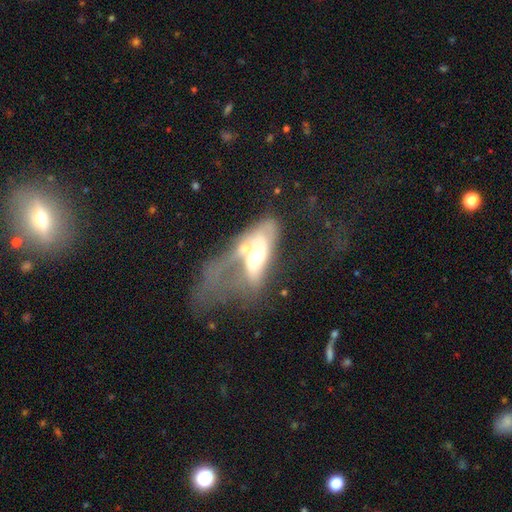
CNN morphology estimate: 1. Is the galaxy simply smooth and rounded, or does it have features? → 61% featured or disk, 32% smooth, 8% star or artifact.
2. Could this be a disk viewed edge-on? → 86% no, 14% yes.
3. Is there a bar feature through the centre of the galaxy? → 69% no, 22% weak, 8% strong.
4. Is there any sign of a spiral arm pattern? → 53% no, 47% yes.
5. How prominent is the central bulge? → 61% moderate, 22% large, 11% small, 3% dominant, 3% none.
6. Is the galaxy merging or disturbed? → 45% merger, 40% major disturbance, 8% none, 7% minor disturbance.